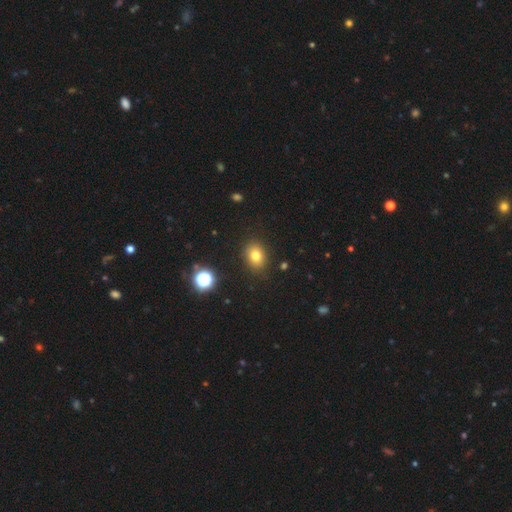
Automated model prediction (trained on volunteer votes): Smooth or featured?
  - smooth: 78% *
  - star or artifact: 14%
  - featured or disk: 8%
How rounded?
  - in between: 55% *
  - round: 44%
  - cigar-shaped: 1%
Merging?
  - none: 87% *
  - minor disturbance: 9%
  - major disturbance: 3%
  - merger: 2%